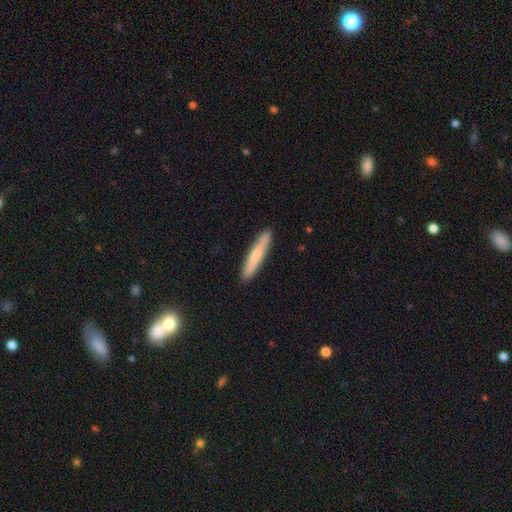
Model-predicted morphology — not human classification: Smooth or featured? Predicted: smooth (p=0.64). How rounded? Predicted: cigar-shaped (p=0.94). Merging? Predicted: none (p=0.88).